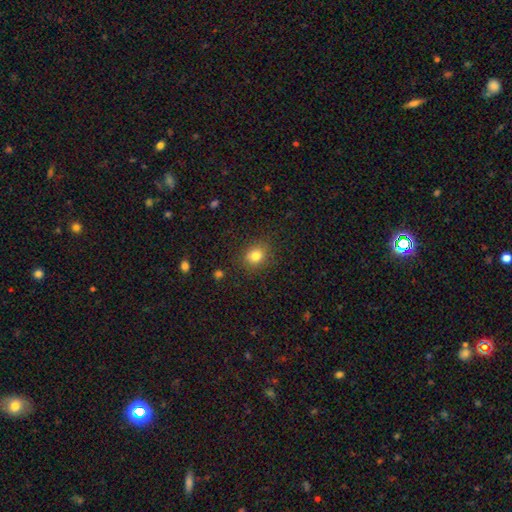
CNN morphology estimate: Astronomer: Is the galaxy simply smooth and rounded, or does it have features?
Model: smooth — 81%.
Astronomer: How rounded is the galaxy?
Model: round — 65%.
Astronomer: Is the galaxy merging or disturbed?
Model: none — 86%.